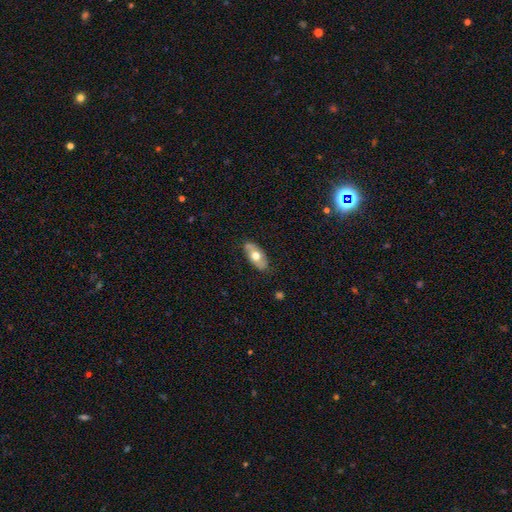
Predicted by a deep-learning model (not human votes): The model was most divided on "smooth or featured": smooth: 57%, featured or disk: 37%, star or artifact: 6%. More confident: how rounded — in between (90%); merging — none (81%).